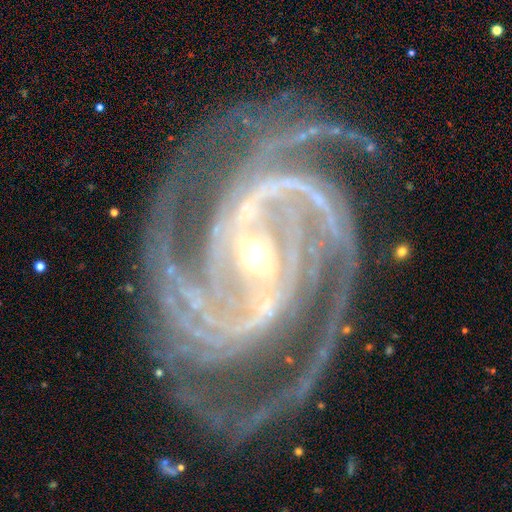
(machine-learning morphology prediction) Q: Smooth or featured?
A: featured or disk (94%); runner-up: star or artifact (4%)
Q: Edge-on disk?
A: no (98%); runner-up: yes (2%)
Q: Bar?
A: strong (50%); runner-up: weak (30%)
Q: Spiral arms?
A: yes (99%); runner-up: no (1%)
Q: Spiral winding?
A: tight (56%); runner-up: medium (39%)
Q: Spiral arm count?
A: 3 (31%); runner-up: 2 (29%)
Q: Bulge size?
A: small (62%); runner-up: moderate (34%)
Q: Merging?
A: none (76%); runner-up: minor disturbance (15%)